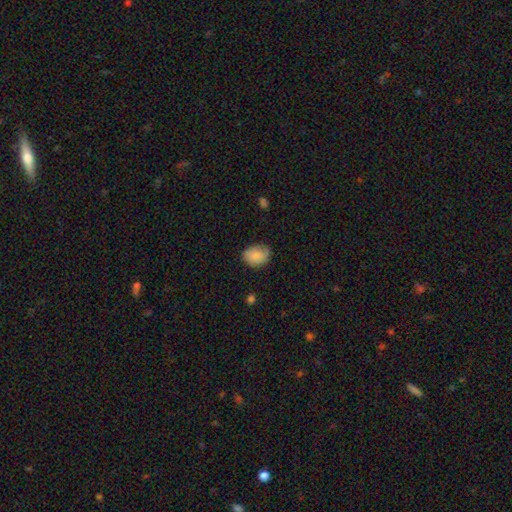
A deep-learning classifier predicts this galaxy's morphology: Overall: smooth (83%). How rounded: in between (64%; round 35%). Merging: none (72%).